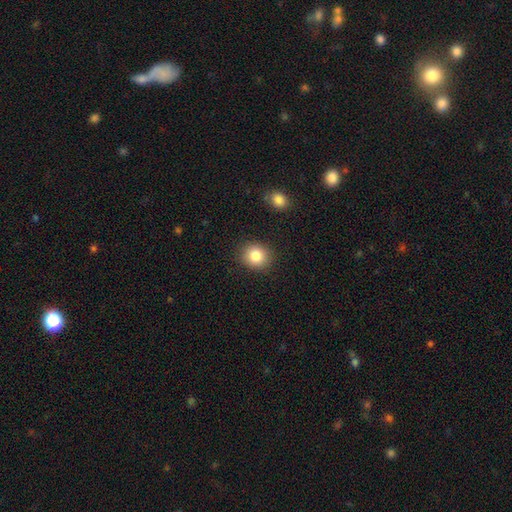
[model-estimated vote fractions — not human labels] Smooth or featured? smooth (84%)
How rounded? round (77%)
Merging? none (88%)